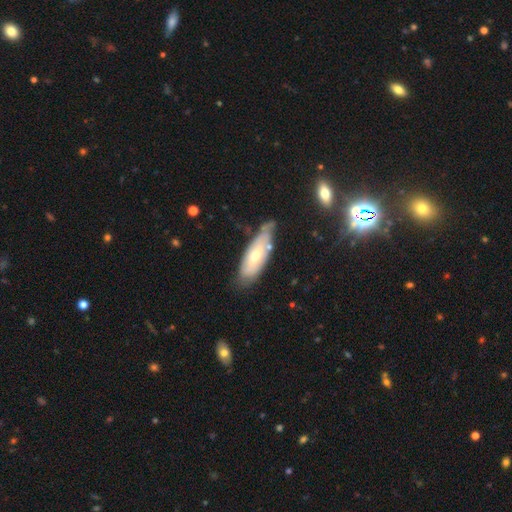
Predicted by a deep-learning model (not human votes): smooth-or-featured: featured or disk: 48% | smooth: 46% | star or artifact: 6%
  merging: none: 57% | minor disturbance: 30% | major disturbance: 8% | merger: 6%